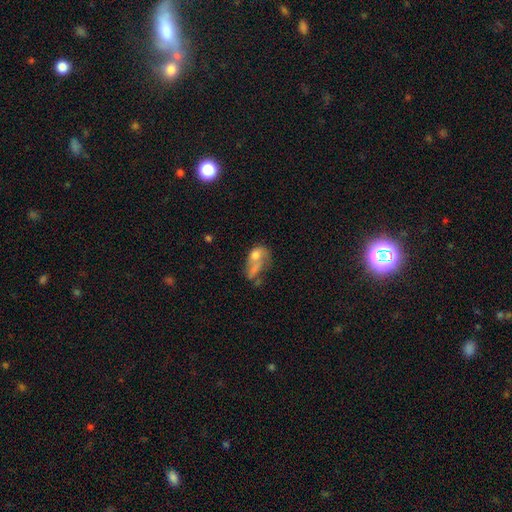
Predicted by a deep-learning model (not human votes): A smooth galaxy with no disk features (45%).

Vote fractions:
- Smooth or featured? smooth: 45% / featured or disk: 38% / star or artifact: 17%
- Merging? major disturbance: 31% / merger: 30% / none: 24% / minor disturbance: 16%